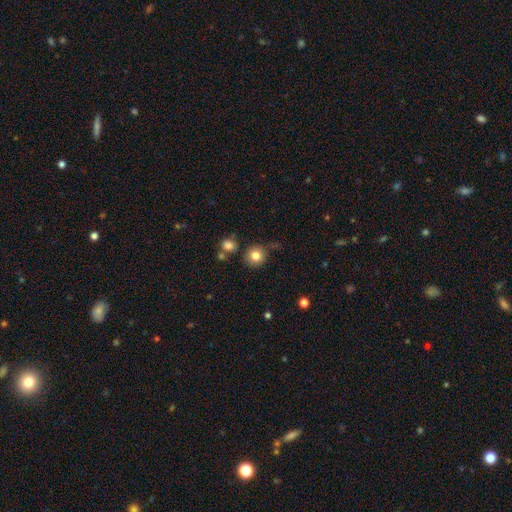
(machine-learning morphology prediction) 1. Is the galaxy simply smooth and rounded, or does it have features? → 81% smooth, 11% star or artifact, 7% featured or disk.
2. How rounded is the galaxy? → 90% round, 10% in between, 1% cigar-shaped.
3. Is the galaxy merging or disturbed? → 75% none, 14% minor disturbance, 7% merger, 5% major disturbance.